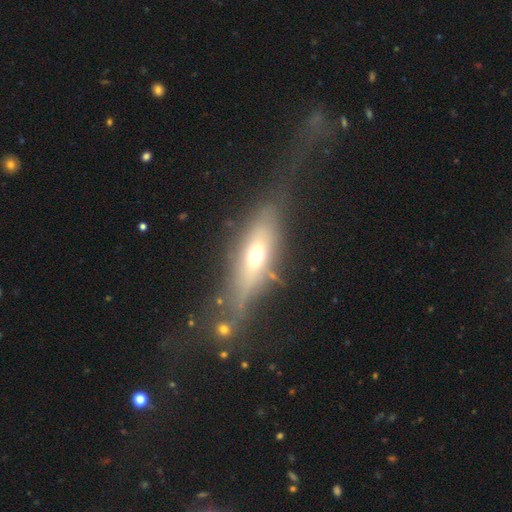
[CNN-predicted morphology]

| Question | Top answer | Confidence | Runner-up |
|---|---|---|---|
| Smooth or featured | featured or disk | 48% | smooth (42%) |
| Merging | none | 55% | minor disturbance (22%) |